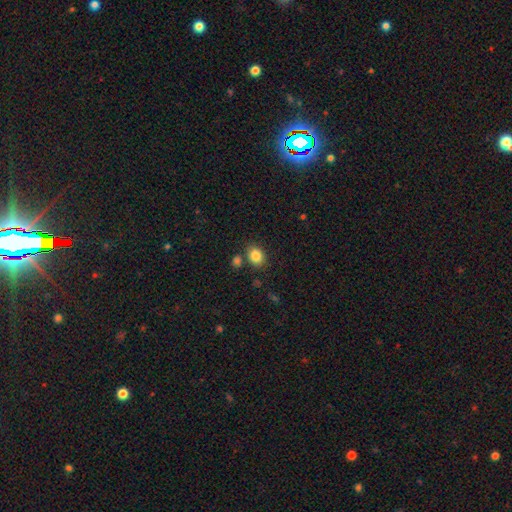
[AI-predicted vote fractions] The model was most divided on "how rounded": in between: 53%, round: 46%, cigar-shaped: 1%. More confident: smooth or featured — smooth (84%); merging — none (75%).